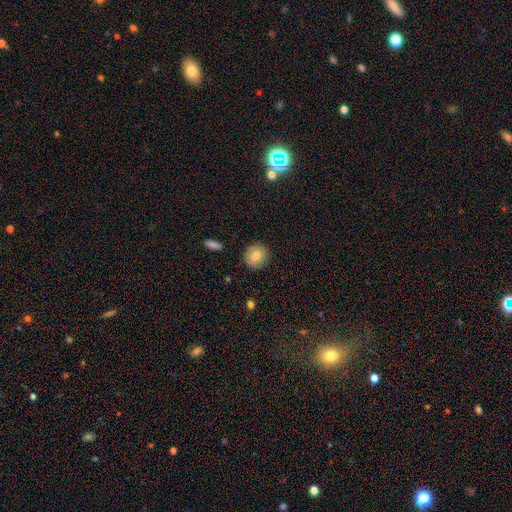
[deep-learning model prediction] smooth_or_featured: smooth (p=0.77) [alt: featured or disk p=0.14]
how_rounded: round (p=0.87) [alt: in between p=0.12]
merging: none (p=0.89) [alt: minor disturbance p=0.08]